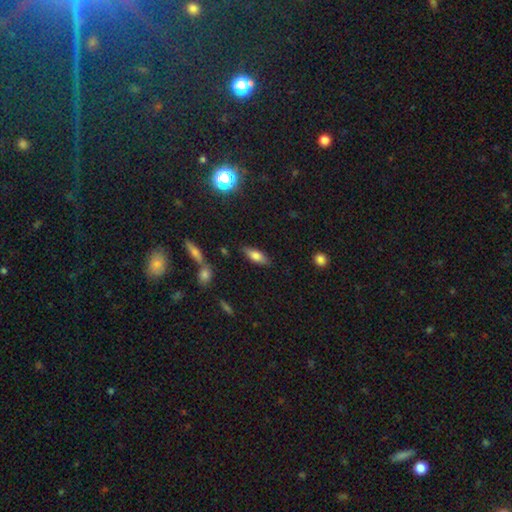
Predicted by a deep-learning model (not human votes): smooth-or-featured: smooth: 71% | featured or disk: 20% | star or artifact: 9%
  how-rounded: in between: 71% | cigar-shaped: 27% | round: 3%
  merging: none: 82% | minor disturbance: 12% | merger: 3% | major disturbance: 3%